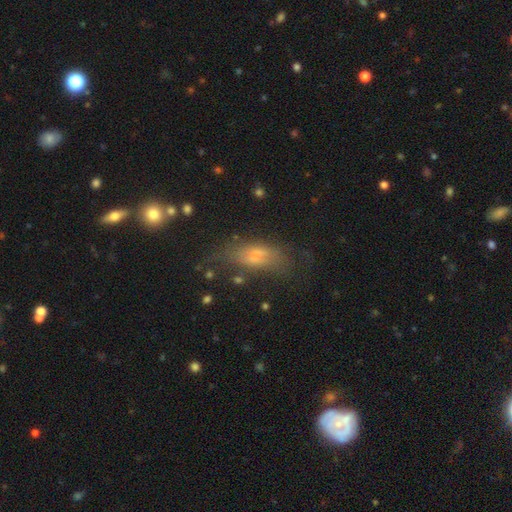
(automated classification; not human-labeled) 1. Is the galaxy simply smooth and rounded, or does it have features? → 55% smooth, 32% featured or disk, 13% star or artifact.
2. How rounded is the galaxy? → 65% in between, 31% cigar-shaped, 4% round.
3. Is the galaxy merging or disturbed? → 48% none, 26% minor disturbance, 21% major disturbance, 5% merger.